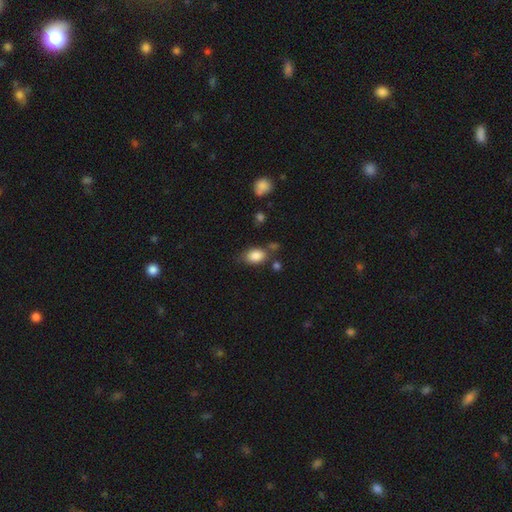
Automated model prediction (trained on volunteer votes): Overall: smooth (85%). How rounded: in between (85%). Merging: none (63%).